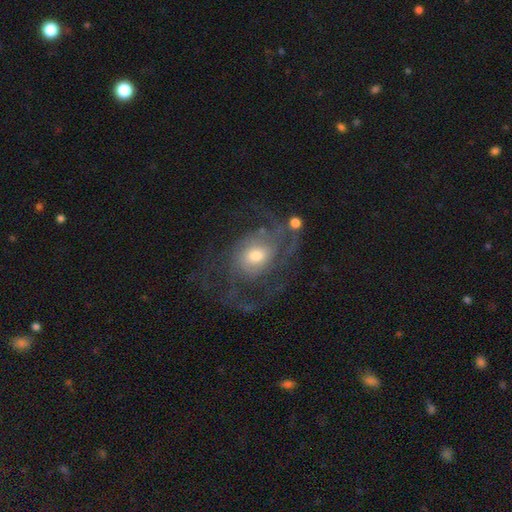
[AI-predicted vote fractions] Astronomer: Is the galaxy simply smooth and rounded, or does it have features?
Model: featured or disk — 80%.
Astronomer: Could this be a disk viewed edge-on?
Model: no — 97%.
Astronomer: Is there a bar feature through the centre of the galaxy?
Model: no — 67%.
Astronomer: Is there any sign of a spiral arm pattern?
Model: yes — 87%.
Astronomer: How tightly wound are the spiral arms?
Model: medium — 44% (runner-up: tight, 30%).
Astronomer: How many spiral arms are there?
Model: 2 — 30% (runner-up: can't tell, 28%).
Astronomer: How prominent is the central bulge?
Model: moderate — 57%.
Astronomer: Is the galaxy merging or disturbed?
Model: none — 51% (runner-up: major disturbance, 29%).